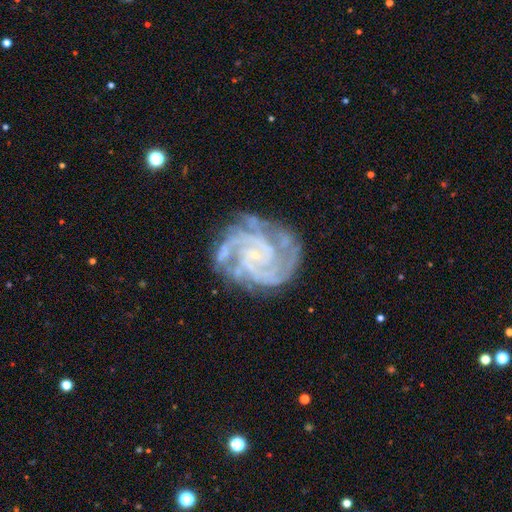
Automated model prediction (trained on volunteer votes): Smooth or featured? Predicted: featured or disk (p=0.91). Edge-on disk? Predicted: no (p=0.98). Bar? Predicted: no (p=0.63). Spiral arms? Predicted: yes (p=0.99). Spiral winding? Predicted: tight (p=0.69). Spiral arm count? Predicted: 3 (p=0.32). Bulge size? Predicted: small (p=0.86). Merging? Predicted: none (p=0.71).